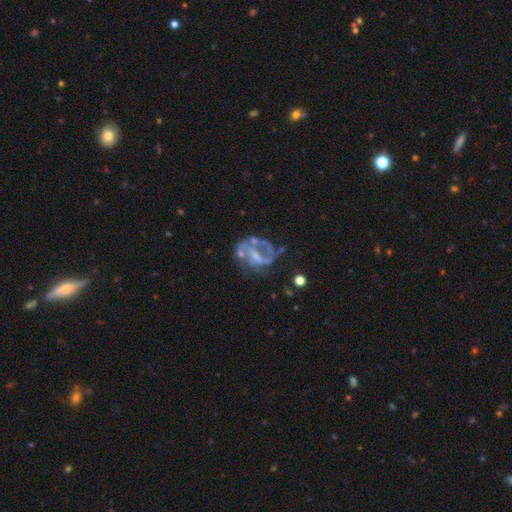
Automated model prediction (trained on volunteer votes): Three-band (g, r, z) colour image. It shows a featured or disk galaxy (74%) with no bar (42%), spiral arms (56%) and no central bulge (39%). Merging: none (39%).